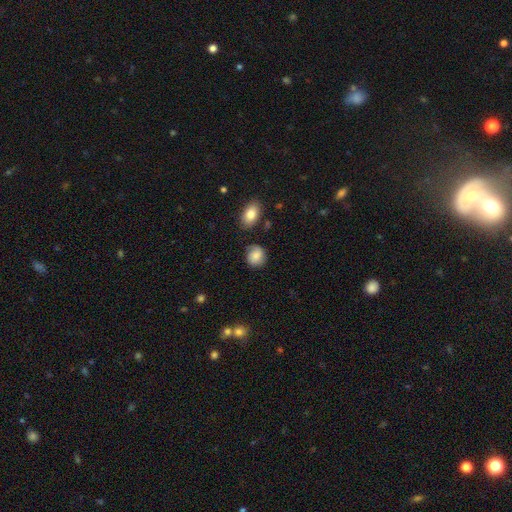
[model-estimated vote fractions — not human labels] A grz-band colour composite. It shows a smooth galaxy with no disk features (79%) that is round (77%). Merging: none (70%).